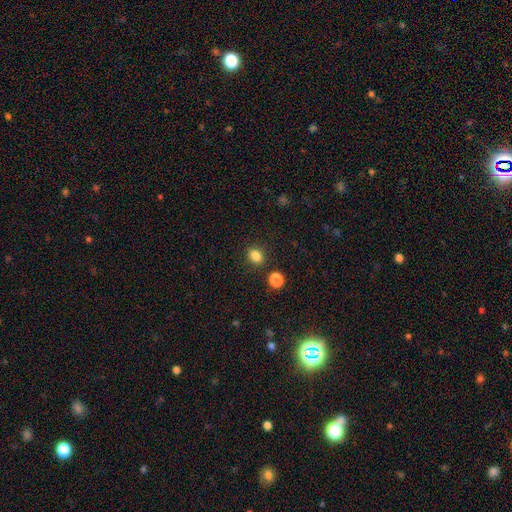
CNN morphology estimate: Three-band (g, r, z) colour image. It shows a smooth galaxy with no disk features (83%) that is round (50%). Merging: none (84%).